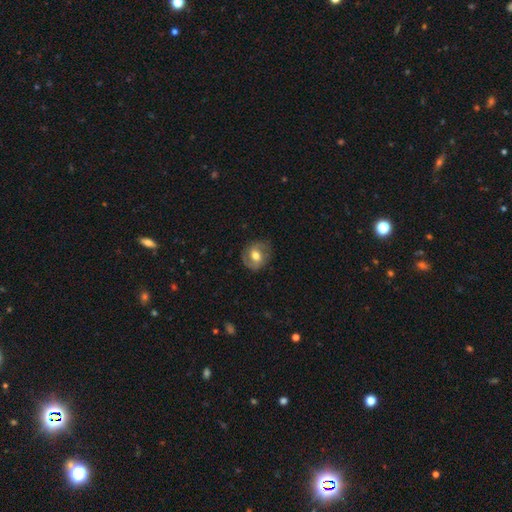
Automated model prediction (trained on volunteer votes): smooth-or-featured: featured or disk: 47% | smooth: 45% | star or artifact: 7%
  merging: none: 75% | minor disturbance: 17% | major disturbance: 6% | merger: 1%